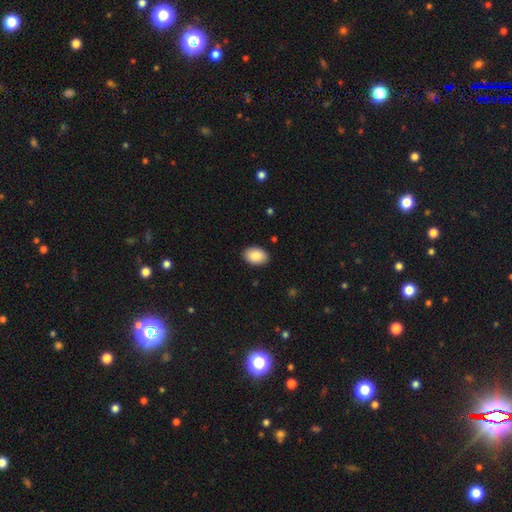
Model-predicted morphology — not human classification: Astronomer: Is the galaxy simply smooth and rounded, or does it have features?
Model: smooth — 88%.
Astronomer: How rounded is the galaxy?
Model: in between — 88%.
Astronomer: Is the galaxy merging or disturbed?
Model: none — 90%.